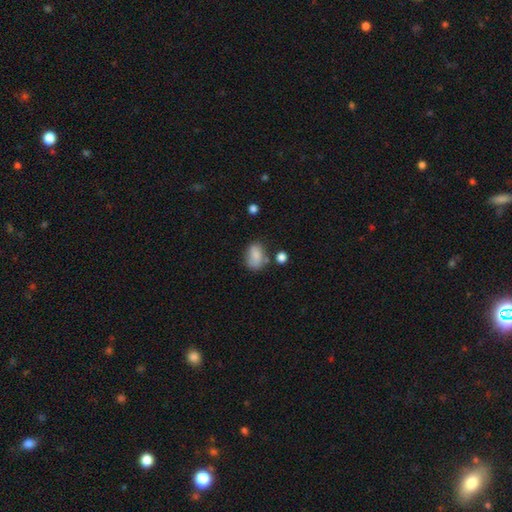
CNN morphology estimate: smooth_or_featured: smooth (p=0.79) [alt: featured or disk p=0.12]
how_rounded: in between (p=0.78) [alt: round p=0.21]
merging: none (p=0.57) [alt: minor disturbance p=0.25]